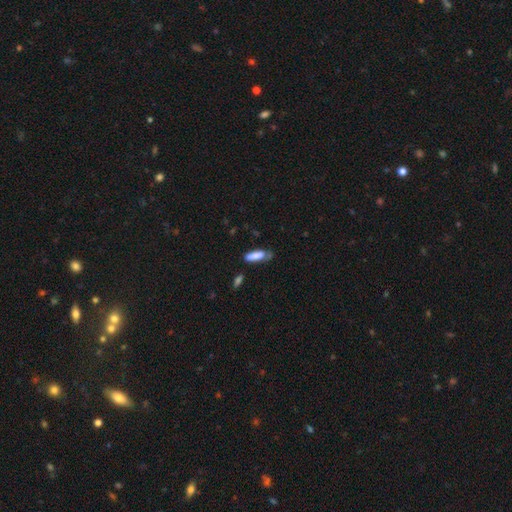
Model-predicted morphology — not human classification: Smooth or featured: smooth — 82% (featured or disk — 11%)
How rounded: cigar-shaped — 54% (in between — 45%)
Merging: none — 55% (minor disturbance — 30%)